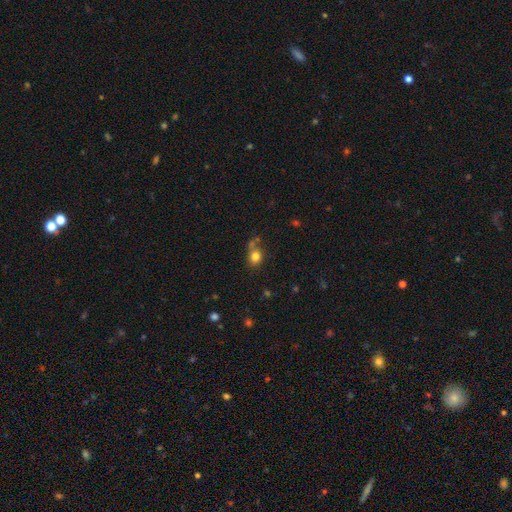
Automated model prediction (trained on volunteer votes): Q: Smooth or featured?
A: smooth (79%); runner-up: star or artifact (13%)
Q: How rounded?
A: round (68%); runner-up: in between (31%)
Q: Merging?
A: none (57%); runner-up: merger (20%)